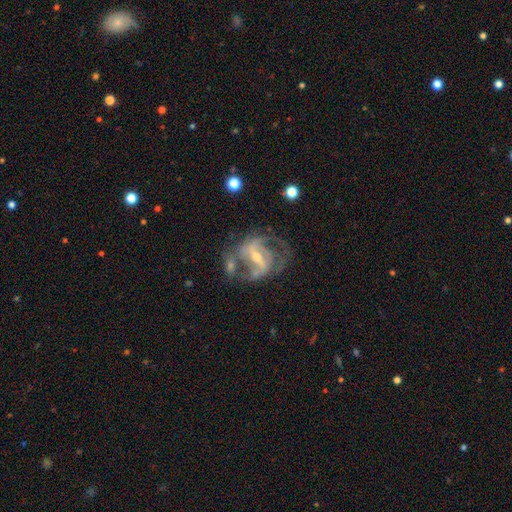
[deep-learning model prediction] smooth_or_featured: featured or disk (p=0.86) [alt: star or artifact p=0.07]
disk_edge_on: no (p=0.96) [alt: yes p=0.04]
bar: strong (p=0.52) [alt: weak p=0.35]
has_spiral_arms: yes (p=0.90) [alt: no p=0.10]
spiral_winding: medium (p=0.49) [alt: tight p=0.26]
spiral_arm_count: 2 (p=0.65) [alt: can't tell p=0.16]
bulge_size: small (p=0.58) [alt: moderate p=0.37]
merging: none (p=0.45) [alt: major disturbance p=0.20]